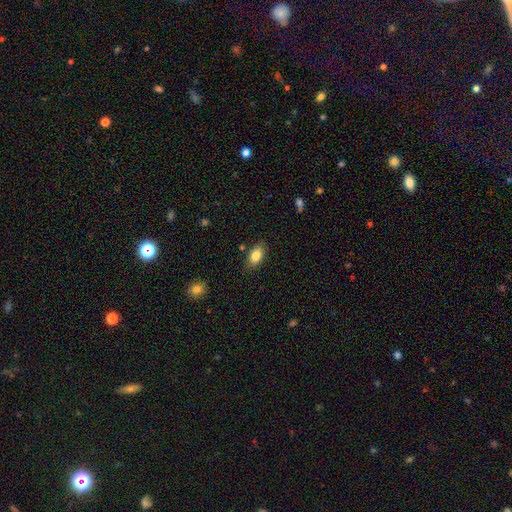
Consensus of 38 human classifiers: smooth-or-featured: smooth: 84% | featured or disk: 8% | star or artifact: 8%
  how-rounded: in between: 94% | cigar-shaped: 6% | round: 0%
  merging: none: 77% | minor disturbance: 20% | merger: 3% | major disturbance: 0%